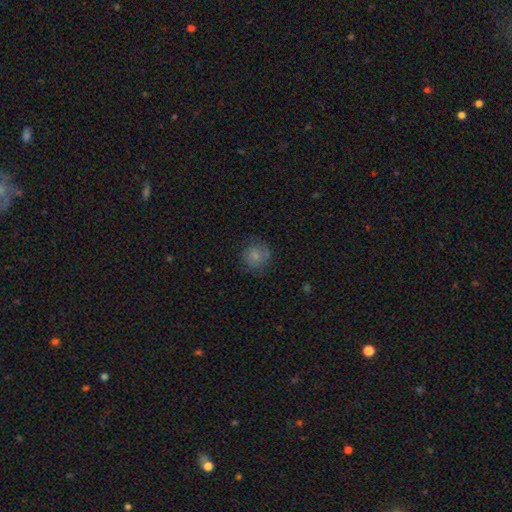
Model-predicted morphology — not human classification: A smooth galaxy with no disk features (74%) that is round (84%).

Vote fractions:
- Smooth or featured? smooth: 74% / featured or disk: 16% / star or artifact: 10%
- How rounded? round: 84% / in between: 15% / cigar-shaped: 1%
- Merging? none: 71% / minor disturbance: 19% / major disturbance: 8% / merger: 1%